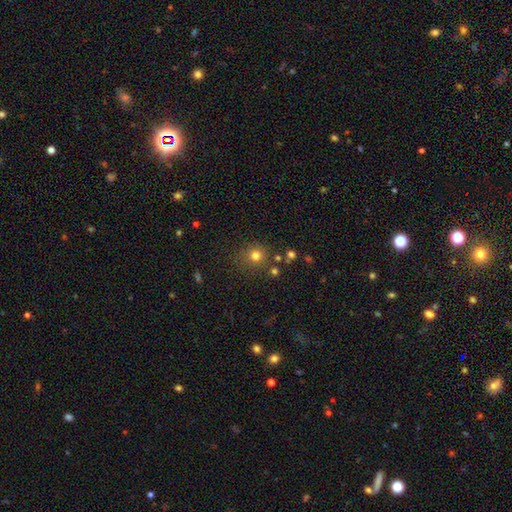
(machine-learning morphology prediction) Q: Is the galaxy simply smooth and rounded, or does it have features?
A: smooth — 76%.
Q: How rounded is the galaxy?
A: round — 91%.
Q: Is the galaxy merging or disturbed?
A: none — 81%.